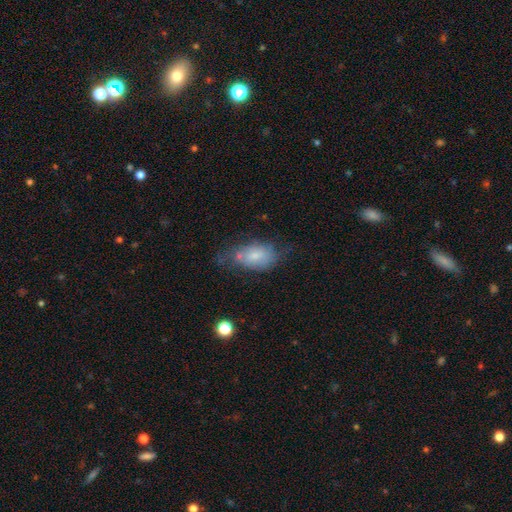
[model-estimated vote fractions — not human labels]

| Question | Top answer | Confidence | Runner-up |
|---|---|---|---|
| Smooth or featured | smooth | 66% | featured or disk (26%) |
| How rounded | in between | 90% | round (7%) |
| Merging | none | 40% | minor disturbance (32%) |